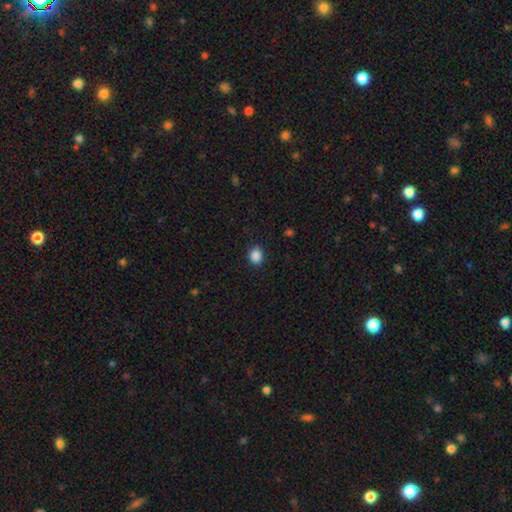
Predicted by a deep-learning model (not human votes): Smooth or featured? Predicted: smooth (p=0.88). How rounded? Predicted: round (p=0.69). Merging? Predicted: none (p=0.88).